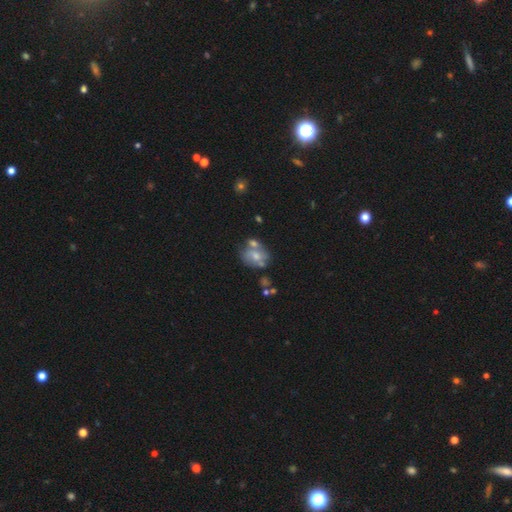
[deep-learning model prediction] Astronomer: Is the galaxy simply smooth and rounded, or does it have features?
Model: smooth — 47% (runner-up: featured or disk, 43%).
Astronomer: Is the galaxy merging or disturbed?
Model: none — 38% (runner-up: merger, 35%).